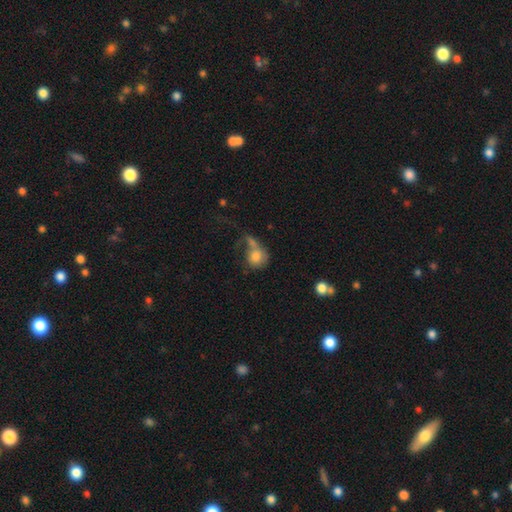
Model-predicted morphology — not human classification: Overall: smooth (71%). How rounded: round (70%). Merging: merger (33%; major disturbance 28%).